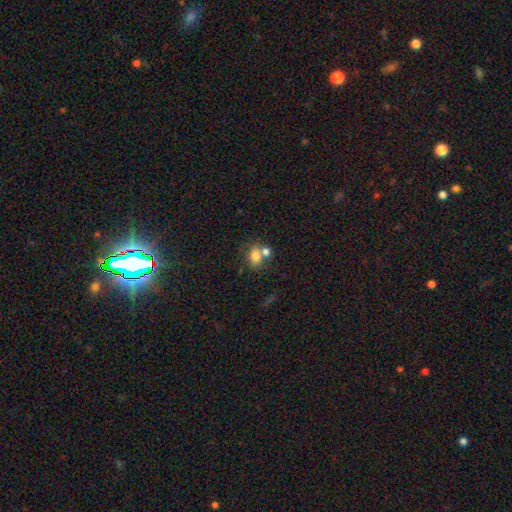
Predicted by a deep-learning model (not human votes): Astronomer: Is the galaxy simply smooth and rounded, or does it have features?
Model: smooth — 78%.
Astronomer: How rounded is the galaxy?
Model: in between — 67%.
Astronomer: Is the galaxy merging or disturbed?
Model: none — 43% (runner-up: merger, 40%).